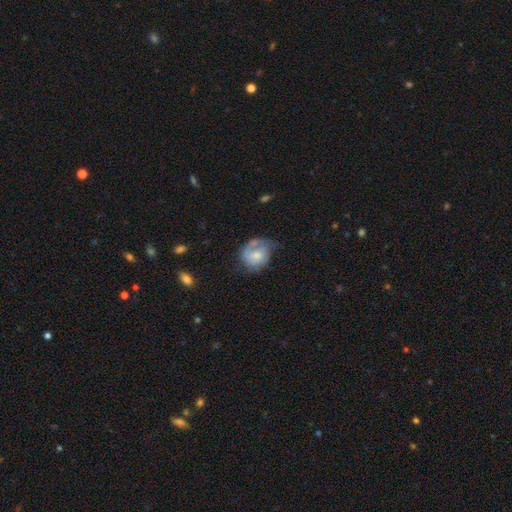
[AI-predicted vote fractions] Smooth or featured? featured or disk (54%)
Edge-on disk? no (97%)
Bar? no (73%)
Spiral arms? yes (77%)
Bulge size? moderate (43%)
Merging? none (39%)